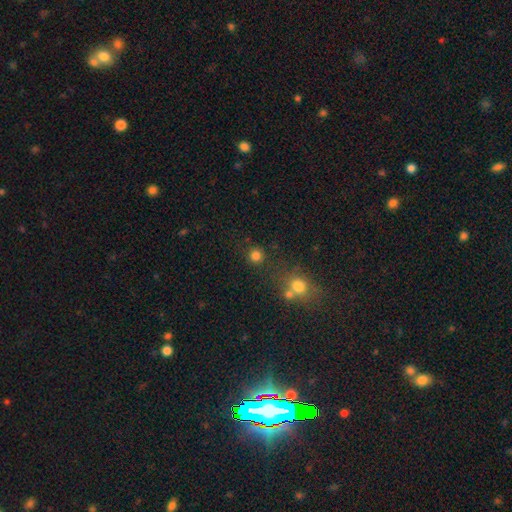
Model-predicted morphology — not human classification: A smooth galaxy with no disk features (80%) that is round (93%). Merging: none (81%).